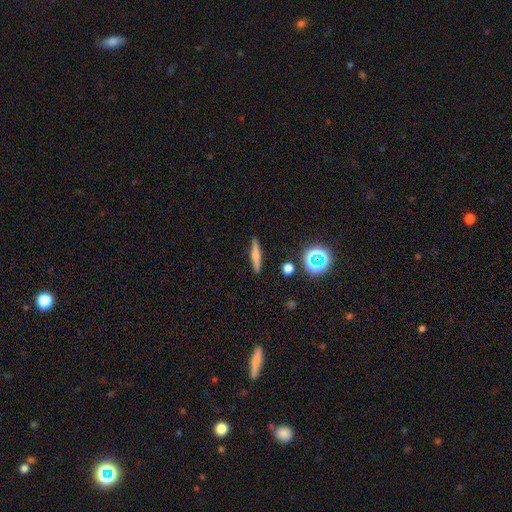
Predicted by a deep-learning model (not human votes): Smooth or featured? smooth (54%)
How rounded? cigar-shaped (86%)
Merging? none (89%)